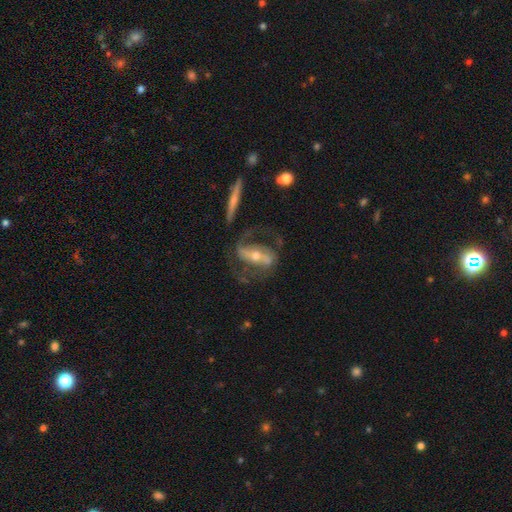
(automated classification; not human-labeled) smooth-or-featured: featured or disk: 85% | smooth: 10% | star or artifact: 6%
  disk-edge-on: no: 89% | yes: 11%
    bar: strong: 62% | weak: 23% | no: 15%
    has-spiral-arms: yes: 90% | no: 10%
      spiral-winding: medium: 45% | loose: 38% | tight: 17%
      spiral-arm-count: 2: 88% | can't tell: 5% | 1: 4% | 3: 1% | 4: 1% | more than 4: 1%
    bulge-size: moderate: 49% | small: 45% | large: 3% | none: 1% | dominant: 1%
  merging: none: 60% | major disturbance: 19% | minor disturbance: 16% | merger: 4%